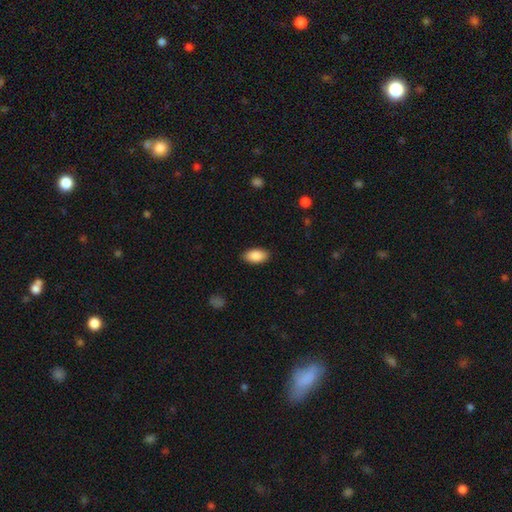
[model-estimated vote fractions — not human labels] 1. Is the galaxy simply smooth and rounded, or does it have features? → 89% smooth, 7% star or artifact, 4% featured or disk.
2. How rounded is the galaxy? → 94% in between, 3% round, 3% cigar-shaped.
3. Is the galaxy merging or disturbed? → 88% none, 8% minor disturbance, 2% major disturbance, 1% merger.